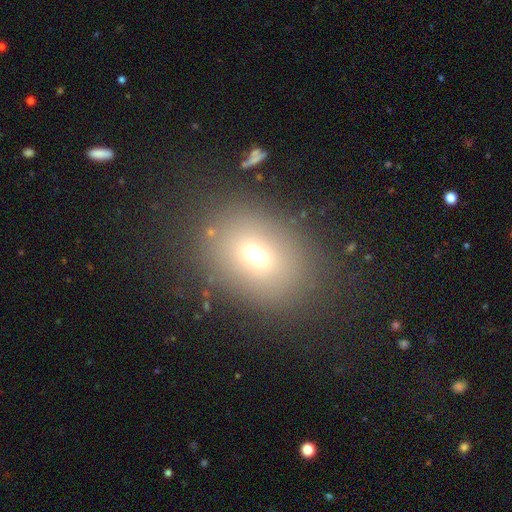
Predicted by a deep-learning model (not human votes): Overall: smooth (68%). How rounded: in between (62%; round 37%). Merging: none (82%).